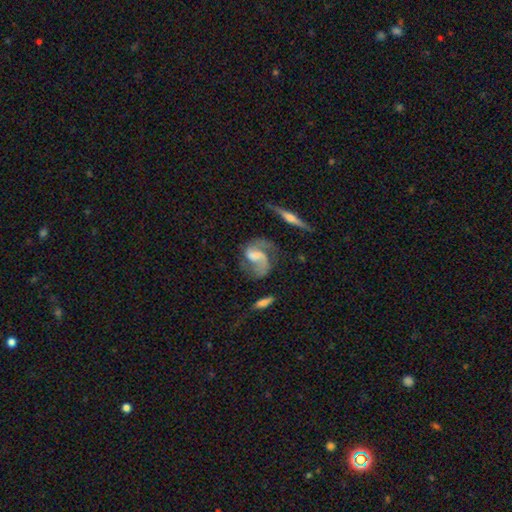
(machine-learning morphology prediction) Smooth or featured?
  - featured or disk: 81% *
  - smooth: 13%
  - star or artifact: 6%
Edge-on disk?
  - no: 96% *
  - yes: 4%
Bar?
  - weak: 45% *
  - no: 36%
  - strong: 19%
Spiral arms?
  - yes: 93% *
  - no: 7%
Spiral winding?
  - loose: 44% * (tied)
  - medium: 44% * (tied)
  - tight: 12%
Spiral arm count?
  - 2: 83% *
  - 1: 9%
  - can't tell: 4%
  - 3: 1%
  - 4: 1%
  - more than 4: 1%
Bulge size?
  - none: 45% *
  - moderate: 21%
  - small: 20%
  - large: 12%
  - dominant: 2%
Merging?
  - none: 53% *
  - minor disturbance: 21%
  - major disturbance: 20%
  - merger: 6%